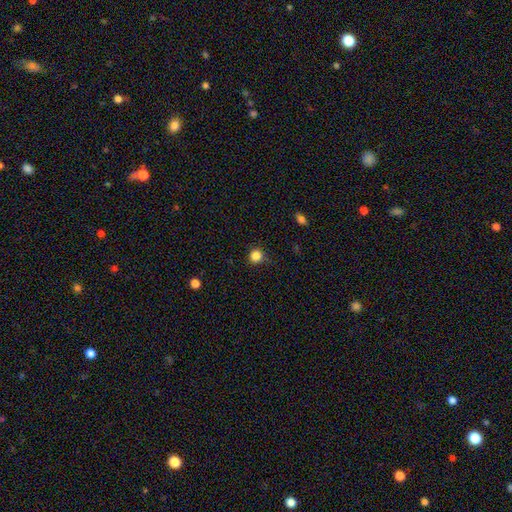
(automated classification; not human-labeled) smooth_or_featured: smooth (p=0.84) [alt: star or artifact p=0.12]
how_rounded: round (p=0.94) [alt: in between p=0.05]
merging: none (p=0.86) [alt: minor disturbance p=0.10]